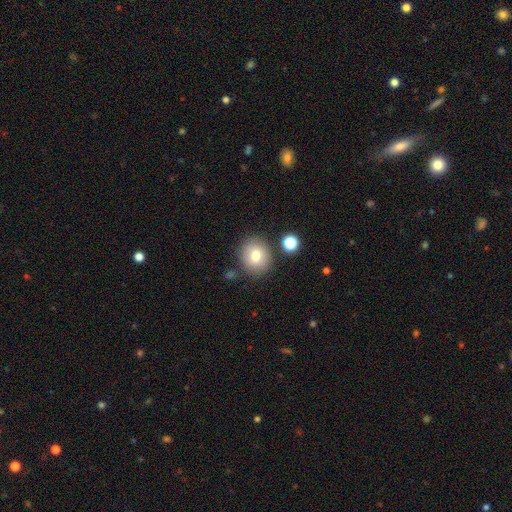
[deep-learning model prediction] This appears to be a smooth galaxy with no disk features (76%) that is round (81%). Merging: none (81%).